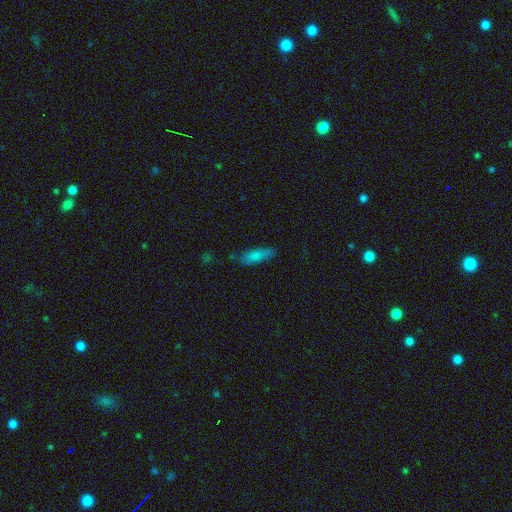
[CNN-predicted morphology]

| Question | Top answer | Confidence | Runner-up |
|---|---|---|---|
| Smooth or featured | smooth | 78% | featured or disk (14%) |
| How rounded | in between | 50% | cigar-shaped (48%) |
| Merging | none | 72% | minor disturbance (20%) |